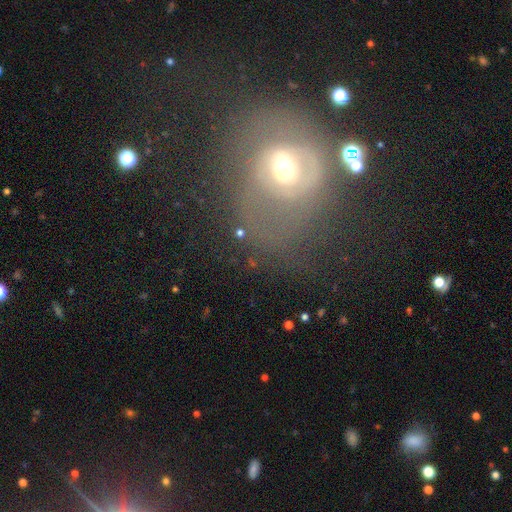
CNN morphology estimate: Smooth or featured?
  - featured or disk: 55% *
  - smooth: 27%
  - star or artifact: 18%
Edge-on disk?
  - no: 95% *
  - yes: 5%
Bar?
  - no: 51% *
  - weak: 35%
  - strong: 14%
Spiral arms?
  - yes: 55% *
  - no: 45%
Bulge size?
  - moderate: 64% *
  - small: 20%
  - large: 11%
  - dominant: 3%
  - none: 2%
Merging?
  - none: 42% *
  - major disturbance: 32%
  - minor disturbance: 19%
  - merger: 7%